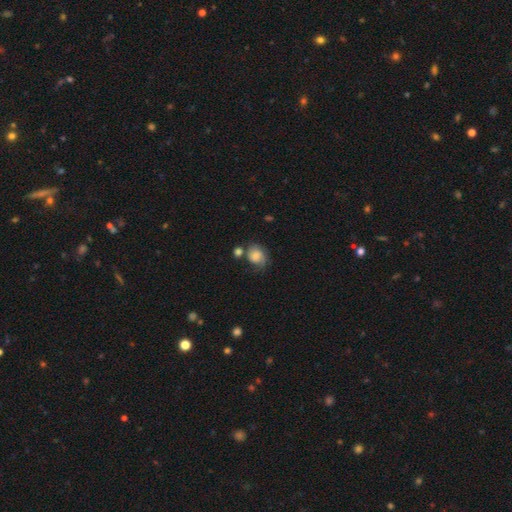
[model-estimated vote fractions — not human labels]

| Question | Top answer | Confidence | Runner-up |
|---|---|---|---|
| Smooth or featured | smooth | 67% | featured or disk (23%) |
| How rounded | round | 61% | in between (38%) |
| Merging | none | 48% | minor disturbance (26%) |